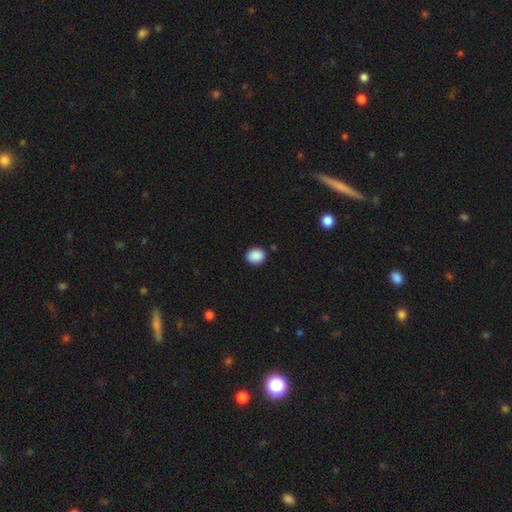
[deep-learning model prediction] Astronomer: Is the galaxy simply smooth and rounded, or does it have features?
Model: smooth — 89%.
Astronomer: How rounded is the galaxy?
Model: round — 64%.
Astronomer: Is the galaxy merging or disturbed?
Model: none — 89%.